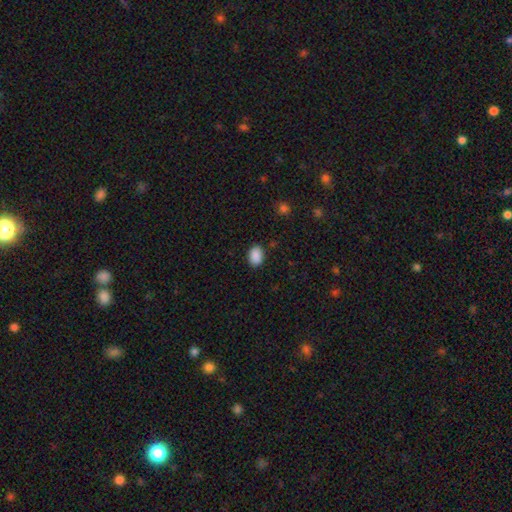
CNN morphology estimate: A smooth galaxy with no disk features (89%) that is in between round and cigar-shaped (77%).

Vote fractions:
- Smooth or featured? smooth: 89% / star or artifact: 8% / featured or disk: 3%
- How rounded? in between: 77% / round: 22% / cigar-shaped: 1%
- Merging? none: 87% / minor disturbance: 9% / major disturbance: 2% / merger: 1%